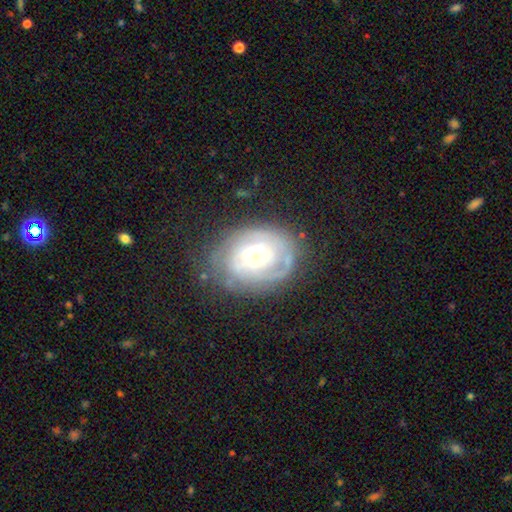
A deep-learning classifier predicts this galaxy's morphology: smooth-or-featured: featured or disk: 74% | smooth: 20% | star or artifact: 6%
  disk-edge-on: no: 96% | yes: 4%
    bar: no: 73% | weak: 22% | strong: 6%
    has-spiral-arms: yes: 81% | no: 19%
      spiral-winding: tight: 66% | medium: 25% | loose: 9%
      spiral-arm-count: can't tell: 43% | 2: 27% | 1: 13% | 3: 10% | 4: 4% | more than 4: 3%
    bulge-size: moderate: 56% | small: 28% | large: 12% | dominant: 2% | none: 1%
  merging: none: 65% | minor disturbance: 21% | major disturbance: 11% | merger: 2%